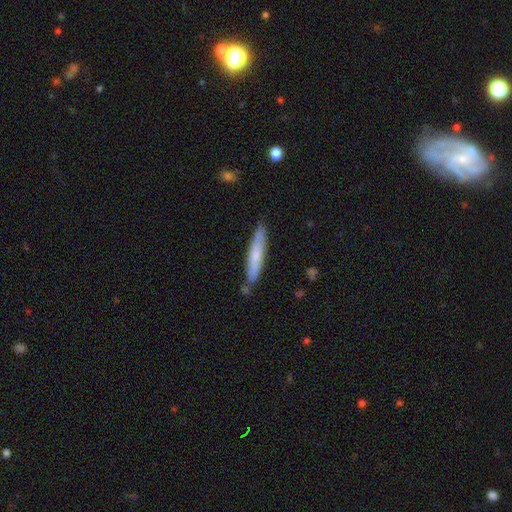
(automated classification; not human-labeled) Smooth or featured: smooth — 65% (featured or disk — 29%)
How rounded: cigar-shaped — 93% (in between — 6%)
Merging: none — 83% (minor disturbance — 12%)